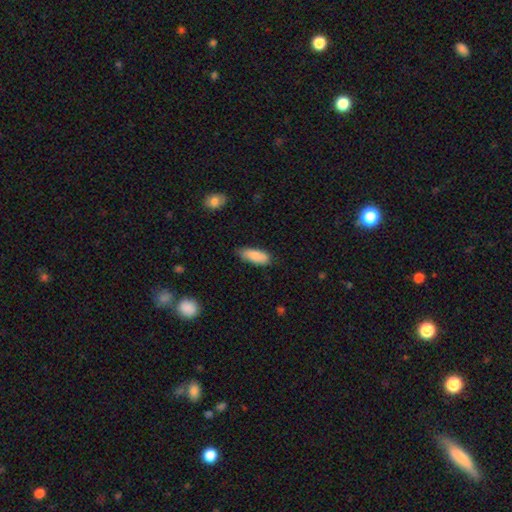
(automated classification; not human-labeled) smooth_or_featured: smooth (p=0.87) [alt: featured or disk p=0.07]
how_rounded: in between (p=0.80) [alt: cigar-shaped p=0.18]
merging: none (p=0.70) [alt: minor disturbance p=0.24]